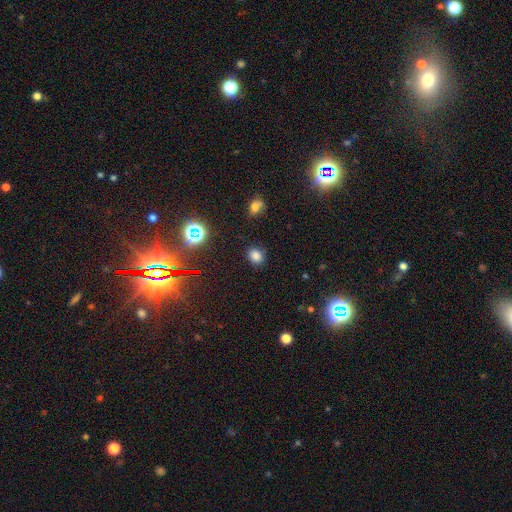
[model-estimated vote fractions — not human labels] This appears to be a smooth galaxy with no disk features (76%) that is round (57%). Merging: none (82%).